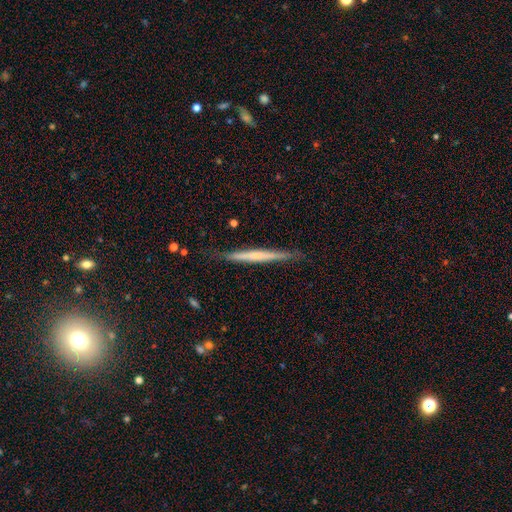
Smooth or featured: featured or disk — 50% (smooth — 44%)
Edge-on disk: yes — 94% (no — 6%)
Edge-on bulge: none — 53% (rounded — 35%)
Merging: none — 91% (minor disturbance — 9%)